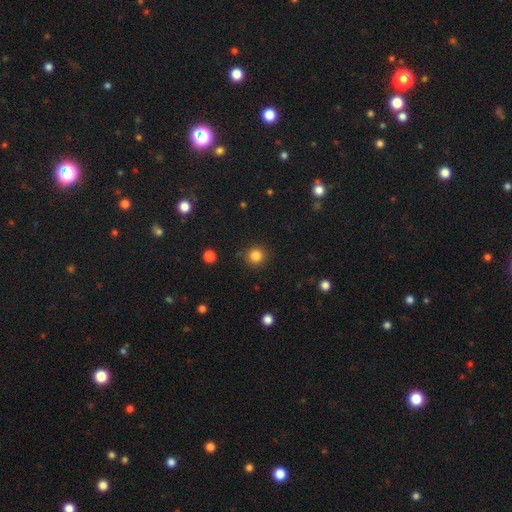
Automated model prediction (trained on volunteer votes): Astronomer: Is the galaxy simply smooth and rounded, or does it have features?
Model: smooth — 84%.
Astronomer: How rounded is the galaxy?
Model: round — 94%.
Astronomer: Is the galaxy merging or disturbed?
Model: none — 89%.